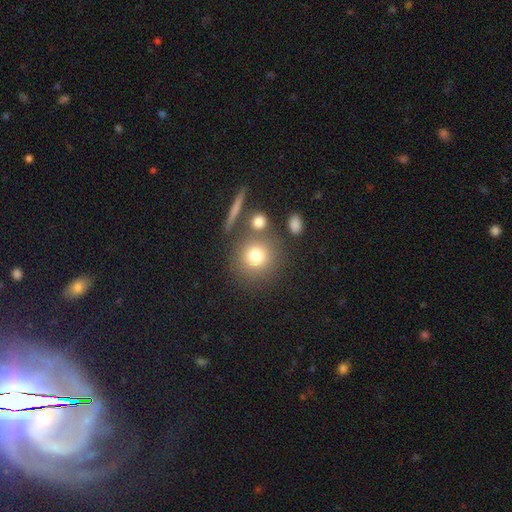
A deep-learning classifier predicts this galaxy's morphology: Smooth or featured?
  - smooth: 76% *
  - star or artifact: 12%
  - featured or disk: 12%
How rounded?
  - round: 89% *
  - in between: 9%
  - cigar-shaped: 1%
Merging?
  - none: 72% *
  - merger: 12%
  - minor disturbance: 10%
  - major disturbance: 5%